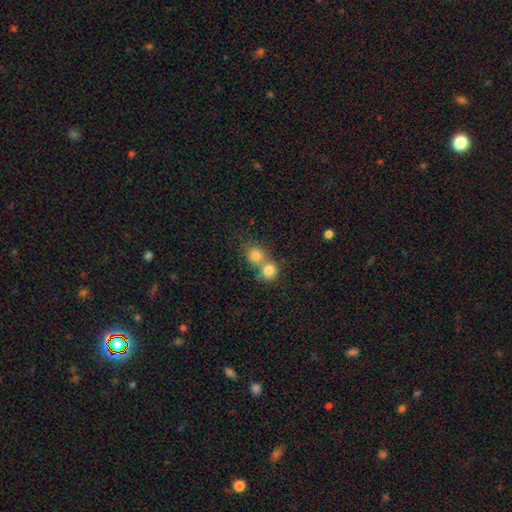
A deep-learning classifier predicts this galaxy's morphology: smooth-or-featured: smooth: 80% | star or artifact: 11% | featured or disk: 9%
  how-rounded: round: 83% | in between: 16% | cigar-shaped: 1%
  merging: merger: 56% | none: 37% | minor disturbance: 5% | major disturbance: 2%